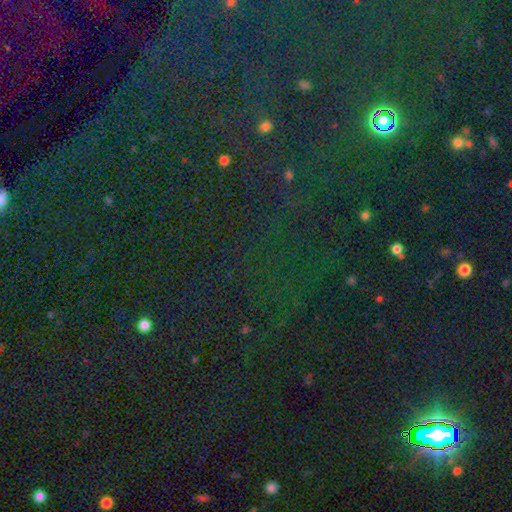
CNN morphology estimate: Overall: star or artifact (83%).